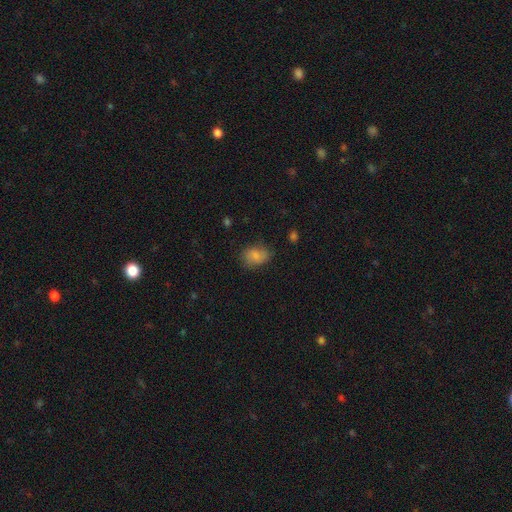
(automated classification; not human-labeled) Overall: smooth (80%). How rounded: in between (72%). Merging: none (69%).